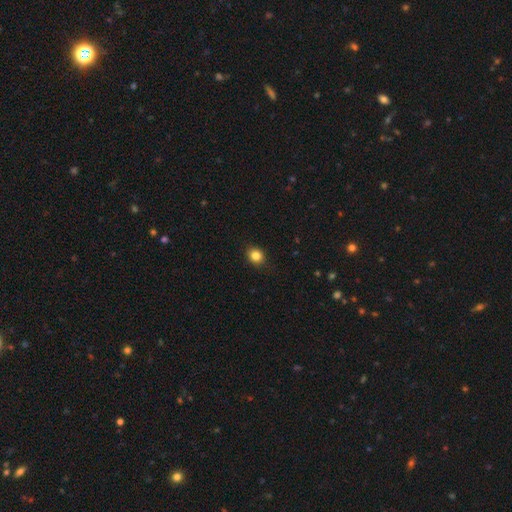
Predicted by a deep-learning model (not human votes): Morphology: type=smooth (84%); roundness=round (70%); merging=none (87%).